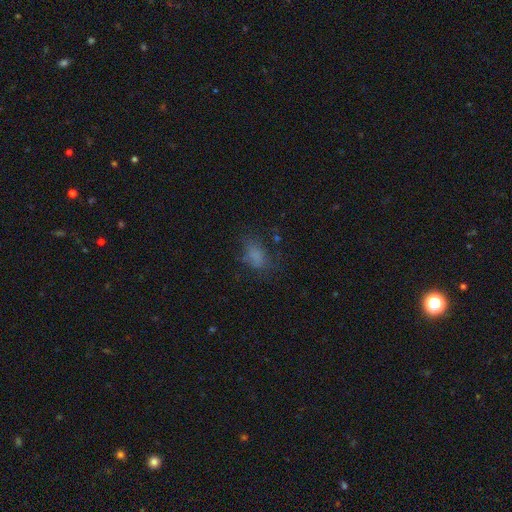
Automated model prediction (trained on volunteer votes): Smooth or featured: smooth — 69% (star or artifact — 17%)
How rounded: in between — 76% (round — 21%)
Merging: none — 55% (minor disturbance — 23%)